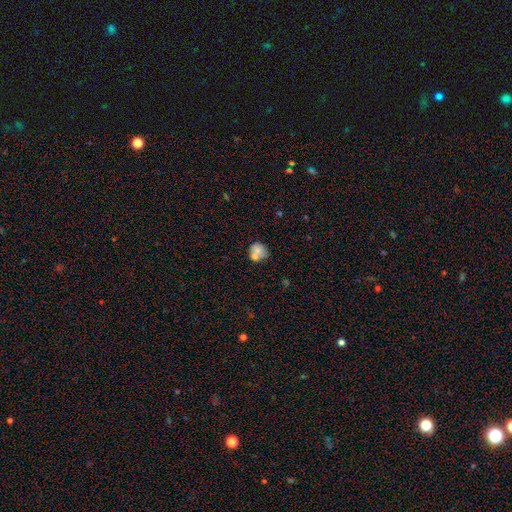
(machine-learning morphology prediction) This appears to be a smooth galaxy with no disk features (73%) that is round (76%). Merging: none (44%).